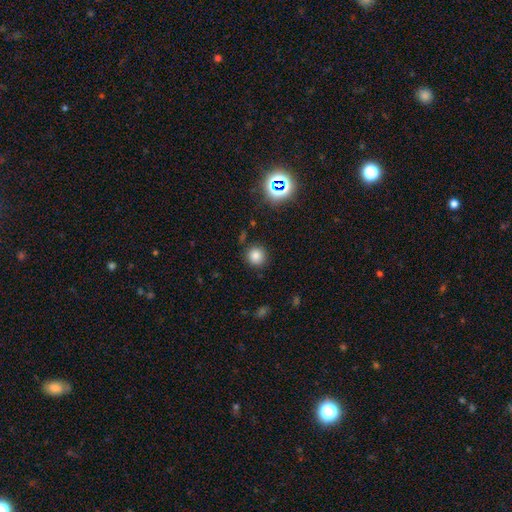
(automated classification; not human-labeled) Smooth or featured? Predicted: smooth (p=0.79). How rounded? Predicted: round (p=0.92). Merging? Predicted: none (p=0.87).